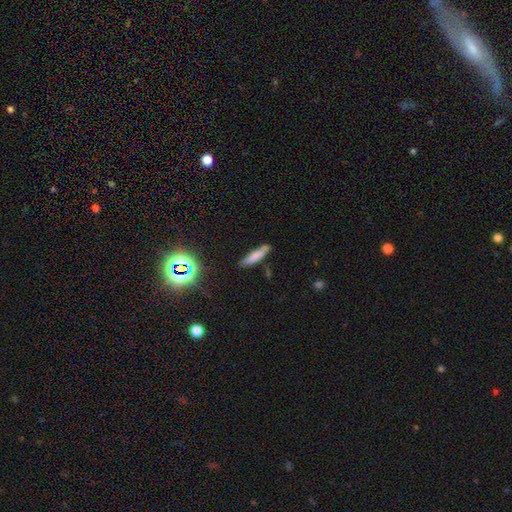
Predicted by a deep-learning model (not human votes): Smooth or featured?
  - smooth: 72% *
  - featured or disk: 15%
  - star or artifact: 13%
How rounded?
  - cigar-shaped: 76% *
  - in between: 22%
  - round: 2%
Merging?
  - none: 69% *
  - minor disturbance: 19%
  - merger: 8%
  - major disturbance: 4%